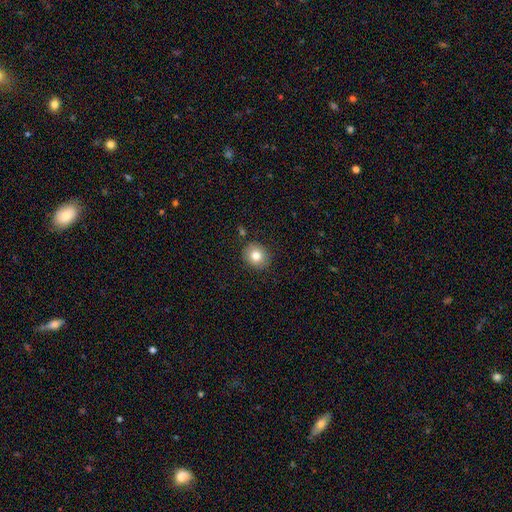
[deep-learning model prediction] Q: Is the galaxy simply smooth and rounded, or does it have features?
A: smooth — 80%.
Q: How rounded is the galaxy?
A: round — 78%.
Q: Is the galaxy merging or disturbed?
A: none — 87%.